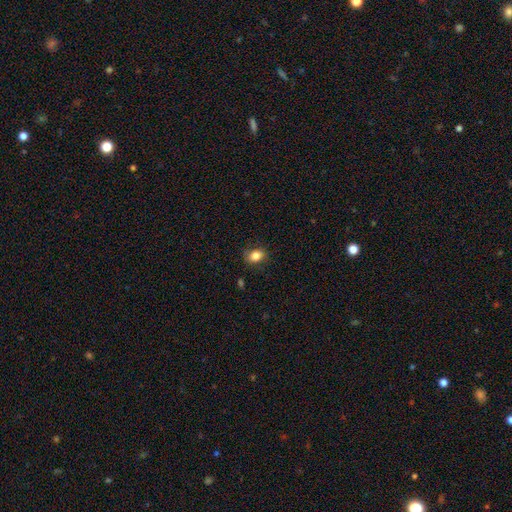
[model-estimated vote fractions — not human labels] Smooth or featured?
  - smooth: 84% *
  - star or artifact: 9%
  - featured or disk: 7%
How rounded?
  - in between: 68% *
  - round: 31%
  - cigar-shaped: 1%
Merging?
  - none: 83% *
  - minor disturbance: 13%
  - major disturbance: 3%
  - merger: 1%